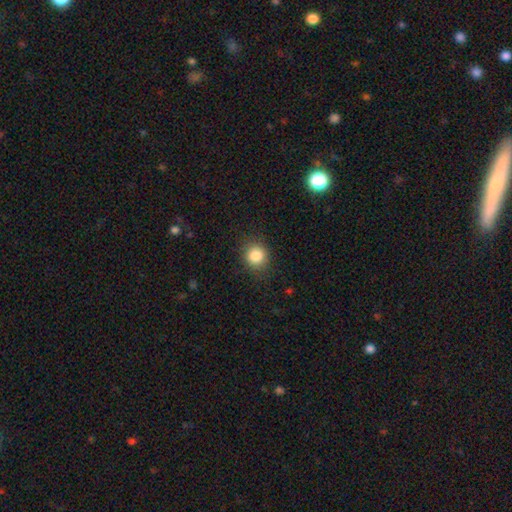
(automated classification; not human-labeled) Smooth or featured?
  - smooth: 85% *
  - star or artifact: 10%
  - featured or disk: 5%
How rounded?
  - round: 79% *
  - in between: 20%
  - cigar-shaped: 1%
Merging?
  - none: 85% *
  - minor disturbance: 11%
  - major disturbance: 3%
  - merger: 1%